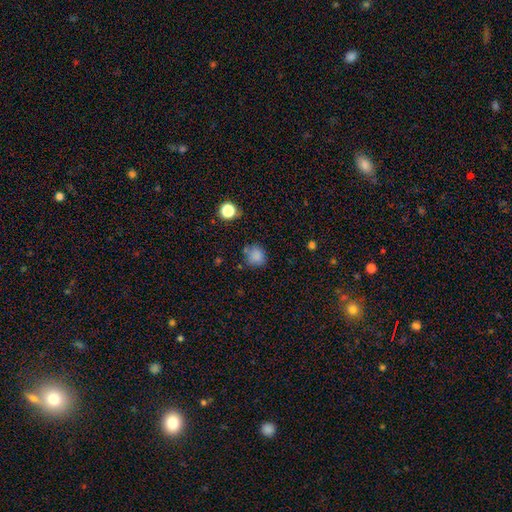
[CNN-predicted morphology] type=smooth (83%); roundness=round (83%); merging=none (73%).